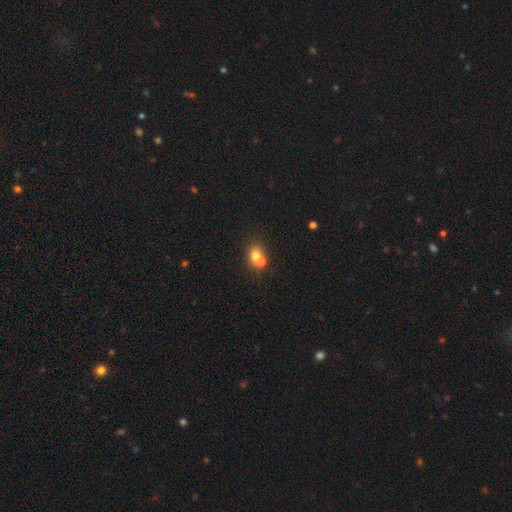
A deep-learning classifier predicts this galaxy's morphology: Overall: smooth (69%). How rounded: round (67%; in between 32%). Merging: merger (58%; none 33%).